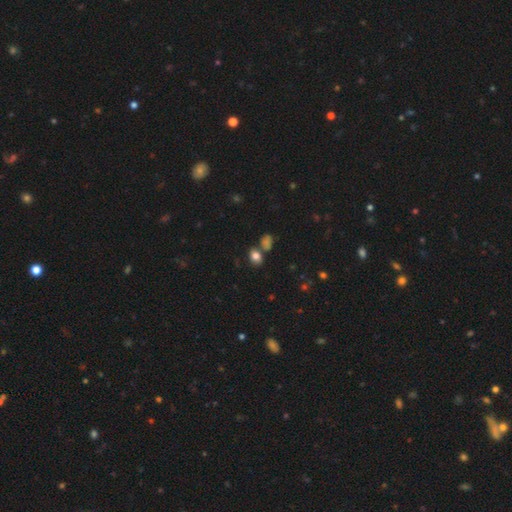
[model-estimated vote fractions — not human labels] Overall: smooth (80%). How rounded: in between (61%; round 38%). Merging: none (61%; merger 22%).